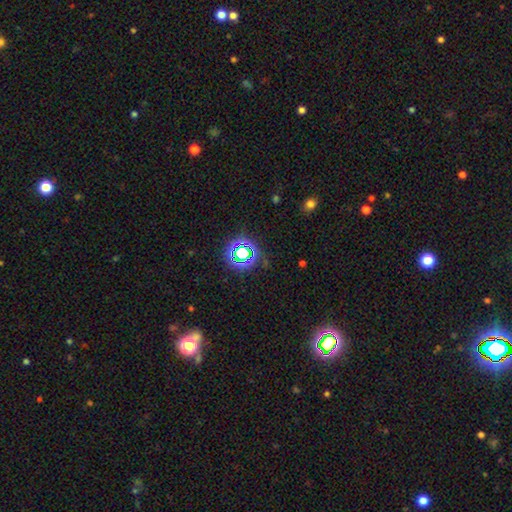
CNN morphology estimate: star or artifact 69%, smooth 22%, featured or disk 9%.